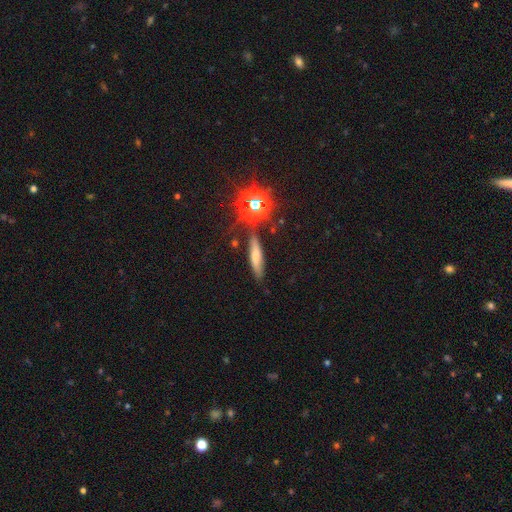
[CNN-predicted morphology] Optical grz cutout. It shows a smooth galaxy with no disk features (59%) that is cigar-shaped (75%). Merging: none (77%).